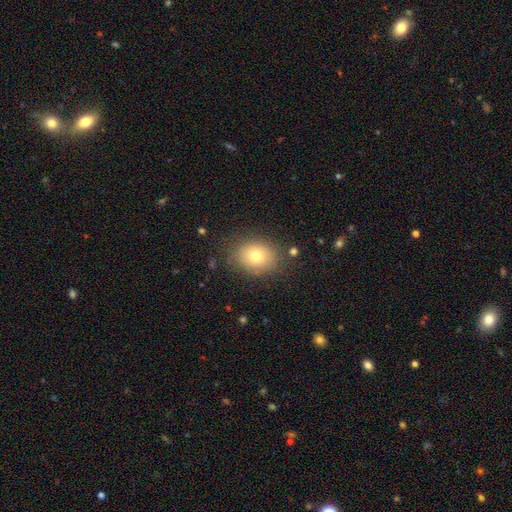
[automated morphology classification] smooth_or_featured: smooth (p=0.74) [alt: featured or disk p=0.15]
how_rounded: in between (p=0.50) [alt: round p=0.49]
merging: none (p=0.82) [alt: minor disturbance p=0.12]